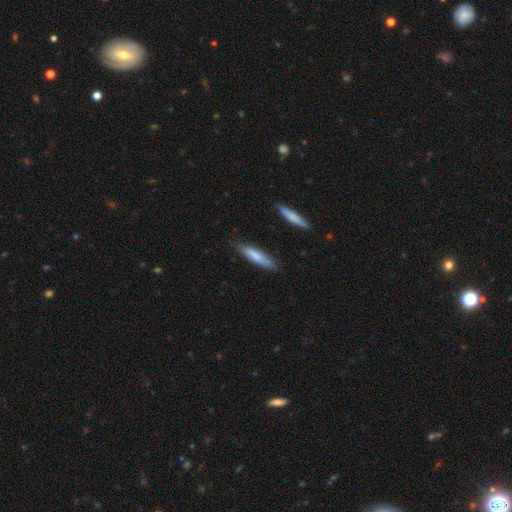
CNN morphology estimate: Smooth or featured? Predicted: smooth (p=0.75). How rounded? Predicted: cigar-shaped (p=0.82). Merging? Predicted: none (p=0.83).